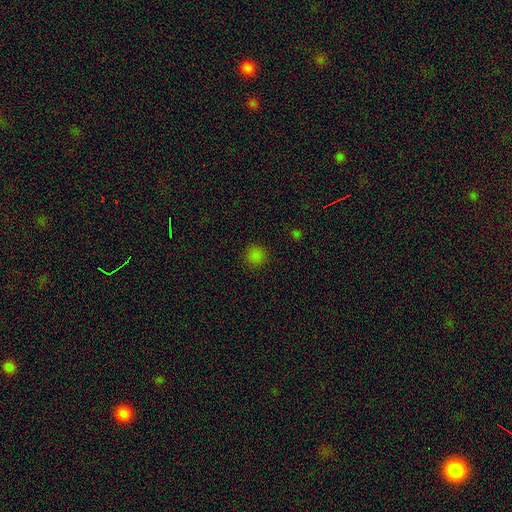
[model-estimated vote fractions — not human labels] A smooth galaxy with no disk features (81%) that is round (93%).

Vote fractions:
- Smooth or featured? smooth: 81% / star or artifact: 16% / featured or disk: 3%
- How rounded? round: 93% / in between: 6% / cigar-shaped: 1%
- Merging? none: 91% / minor disturbance: 6% / major disturbance: 2% / merger: 1%